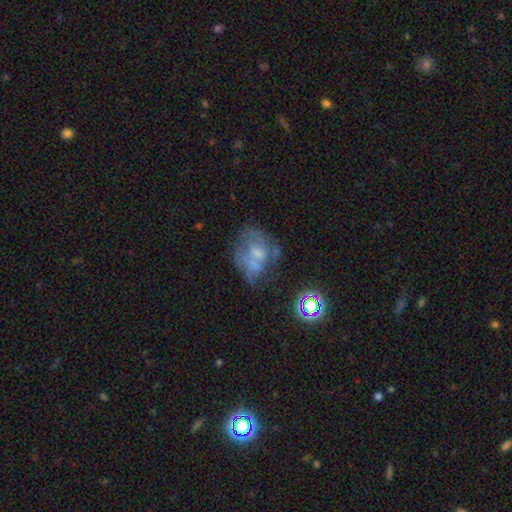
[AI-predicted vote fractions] Smooth or featured?
  - featured or disk: 51% *
  - smooth: 31%
  - star or artifact: 17%
Edge-on disk?
  - no: 97% *
  - yes: 3%
Merging?
  - none: 38% *
  - major disturbance: 25%
  - minor disturbance: 23%
  - merger: 14%